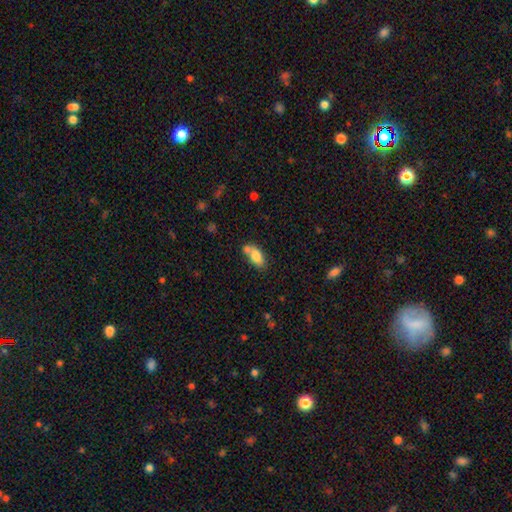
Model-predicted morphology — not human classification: Smooth or featured: smooth — 80% (featured or disk — 12%)
How rounded: in between — 88% (cigar-shaped — 7%)
Merging: none — 47% (merger — 32%)